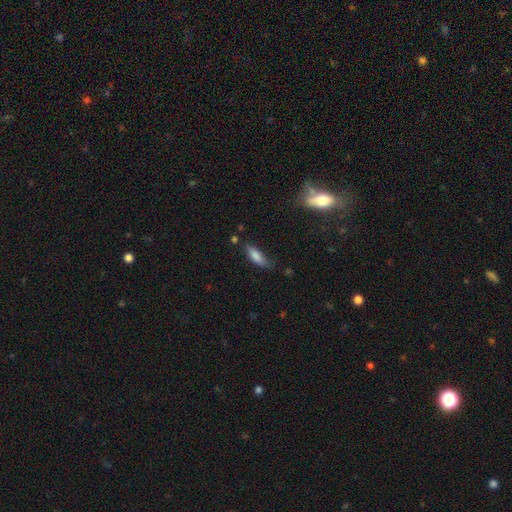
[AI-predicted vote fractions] smooth-or-featured: smooth: 81% | featured or disk: 11% | star or artifact: 8%
  how-rounded: in between: 57% | cigar-shaped: 41% | round: 2%
  merging: none: 60% | minor disturbance: 29% | major disturbance: 8% | merger: 4%